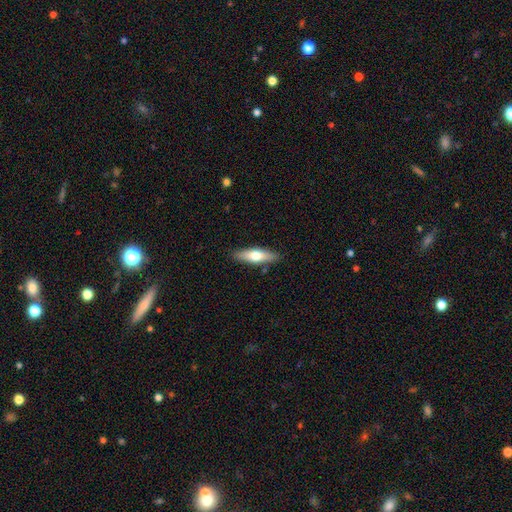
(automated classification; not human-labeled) This is possibly a smooth galaxy (60%). How rounded: possibly cigar-shaped (57%). Merging: clearly none (86%).